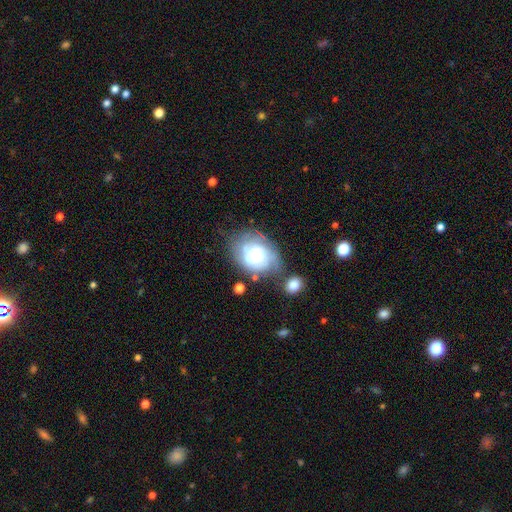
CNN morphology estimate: smooth_or_featured: featured or disk (p=0.53) [alt: smooth p=0.39]
disk_edge_on: no (p=0.96) [alt: yes p=0.04]
bar: no (p=0.82) [alt: weak p=0.15]
has_spiral_arms: yes (p=0.72) [alt: no p=0.28]
bulge_size: small (p=0.42) [alt: moderate p=0.35]
merging: none (p=0.49) [alt: minor disturbance p=0.25]